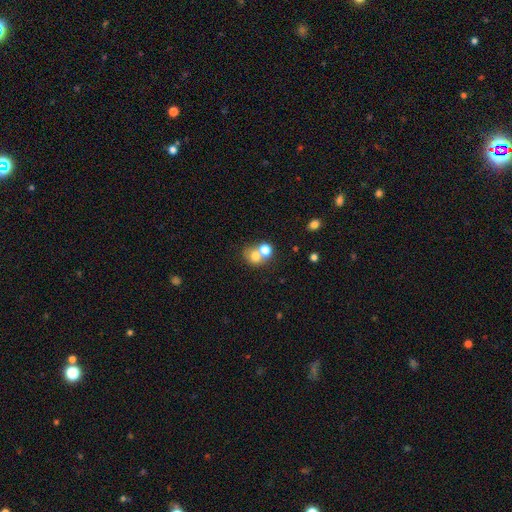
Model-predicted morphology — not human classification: smooth_or_featured: smooth (p=0.72) [alt: featured or disk p=0.15]
how_rounded: round (p=0.67) [alt: in between p=0.32]
merging: merger (p=0.54) [alt: none p=0.35]